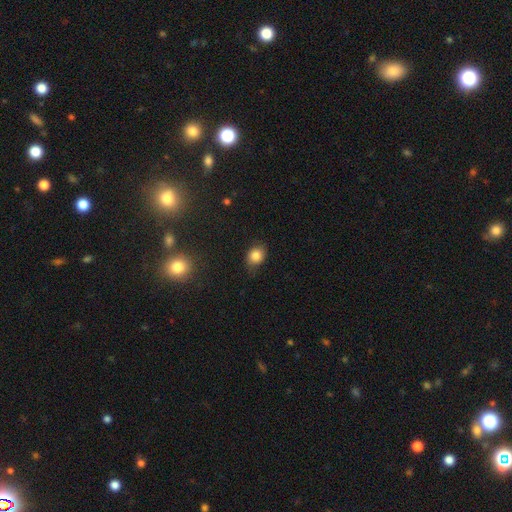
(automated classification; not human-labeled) Smooth or featured?
  - smooth: 82% *
  - star or artifact: 10%
  - featured or disk: 8%
How rounded?
  - round: 53% *
  - in between: 46%
  - cigar-shaped: 1%
Merging?
  - none: 71% *
  - minor disturbance: 23%
  - major disturbance: 5%
  - merger: 1%